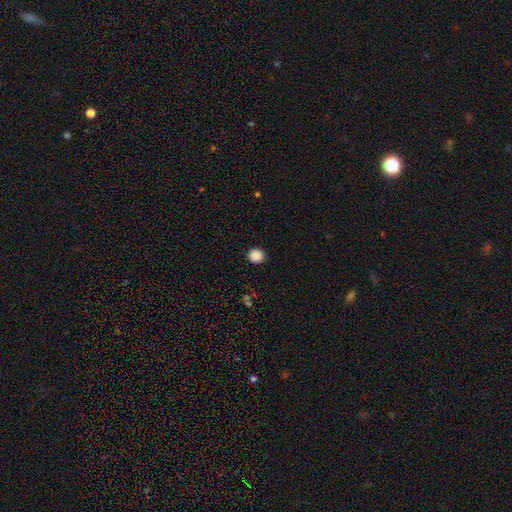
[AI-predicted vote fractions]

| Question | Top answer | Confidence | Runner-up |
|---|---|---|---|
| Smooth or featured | smooth | 88% | star or artifact (10%) |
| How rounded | round | 89% | in between (10%) |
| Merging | none | 92% | minor disturbance (5%) |